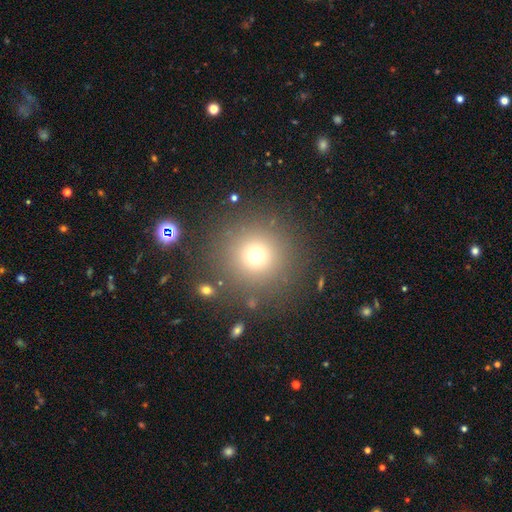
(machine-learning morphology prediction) Smooth or featured? Predicted: smooth (p=0.70). How rounded? Predicted: round (p=0.94). Merging? Predicted: none (p=0.86).